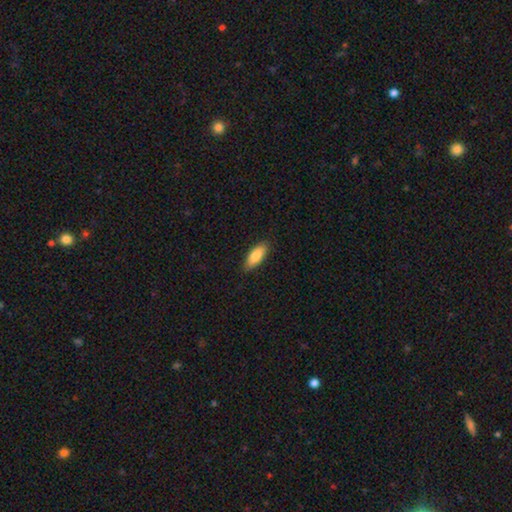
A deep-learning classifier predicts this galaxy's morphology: This appears to be a smooth galaxy with no disk features (83%) that is in between round and cigar-shaped (75%). Merging: none (85%).